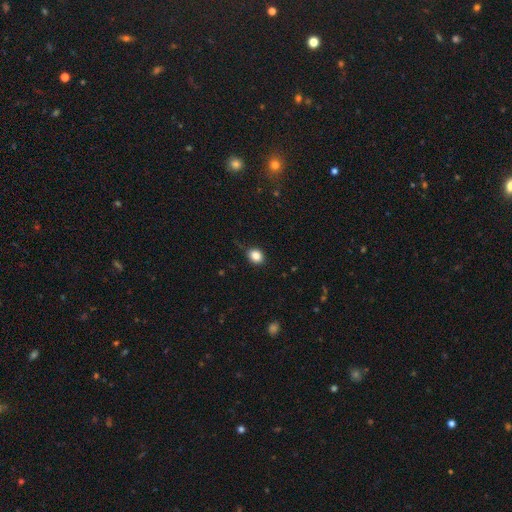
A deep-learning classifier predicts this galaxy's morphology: This appears to be a smooth galaxy with no disk features (85%) that is round (57%). Merging: none (80%).